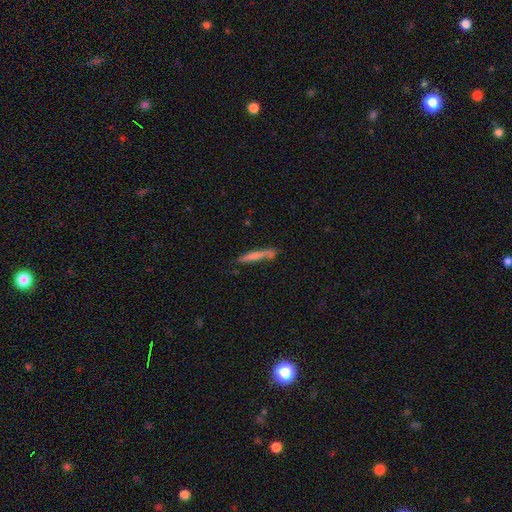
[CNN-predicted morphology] type=smooth (65%); roundness=cigar-shaped (94%); merging=none (68%).